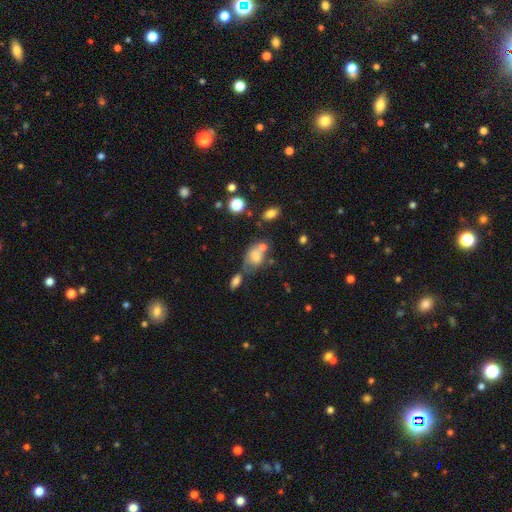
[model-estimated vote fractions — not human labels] Smooth or featured? Predicted: smooth (p=0.66). How rounded? Predicted: in between (p=0.78). Merging? Predicted: merger (p=0.35).